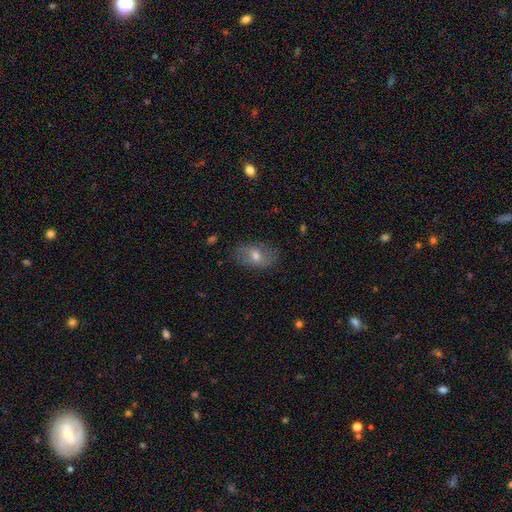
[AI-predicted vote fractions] Smooth or featured?
  - smooth: 48% *
  - featured or disk: 42%
  - star or artifact: 10%
Merging?
  - none: 75% *
  - minor disturbance: 18%
  - major disturbance: 6%
  - merger: 1%